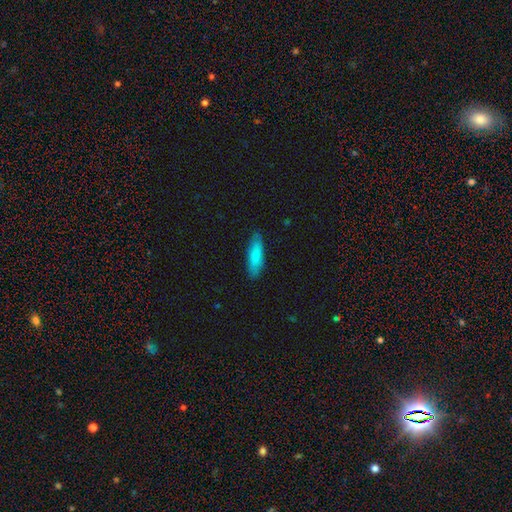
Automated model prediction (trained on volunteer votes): smooth 84%, featured or disk 11%, star or artifact 5%. Down the decision tree: how rounded — cigar-shaped (56%); merging — none (86%).